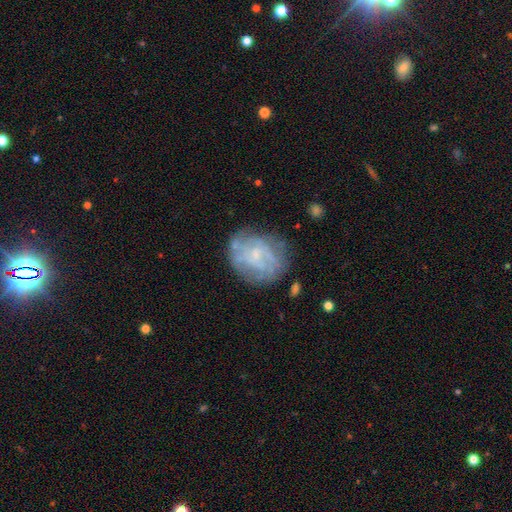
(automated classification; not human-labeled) A featured or disk galaxy (65%) with no bar (64%), spiral arms (62%) and a small central bulge (59%). Merging: none (65%).